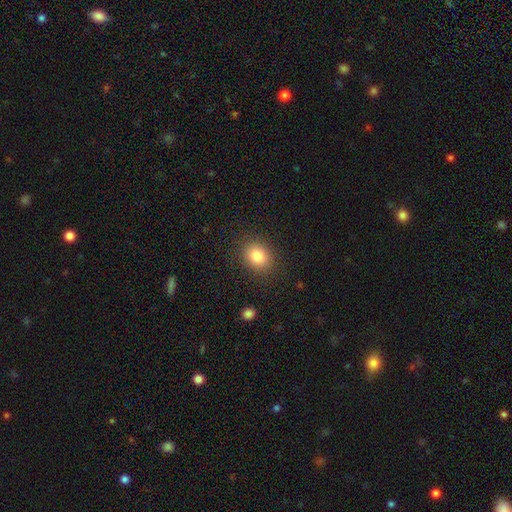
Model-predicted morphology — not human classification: smooth_or_featured: smooth (p=0.83) [alt: star or artifact p=0.10]
how_rounded: round (p=0.55) [alt: in between p=0.44]
merging: none (p=0.88) [alt: minor disturbance p=0.08]